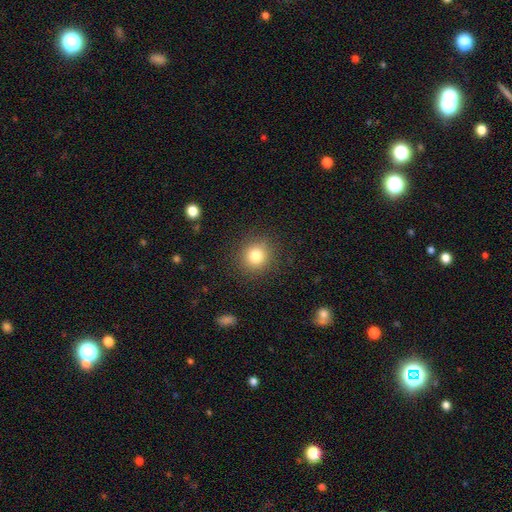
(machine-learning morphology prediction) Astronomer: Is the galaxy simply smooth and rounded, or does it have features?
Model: smooth — 81%.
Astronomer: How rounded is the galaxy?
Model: round — 88%.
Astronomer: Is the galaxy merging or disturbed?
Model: none — 89%.